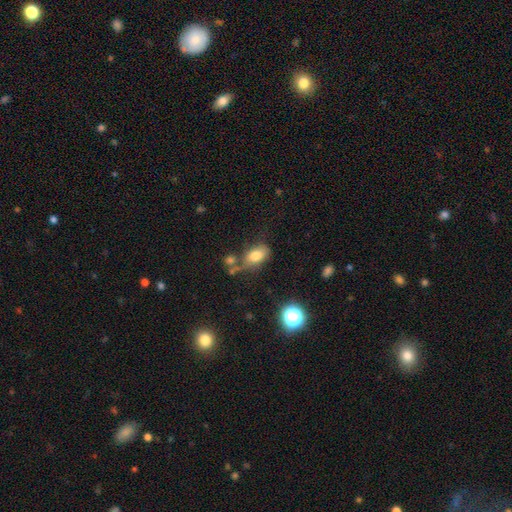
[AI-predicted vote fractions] A smooth galaxy with no disk features (77%) that is in between round and cigar-shaped (87%). Merging: none (51%).